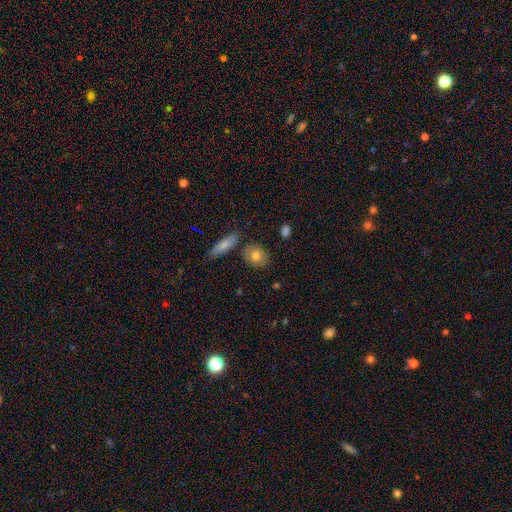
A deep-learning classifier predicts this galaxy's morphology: The model was most divided on "how rounded": round: 53%, in between: 43%, cigar-shaped: 3%. More confident: merging — none (80%); smooth or featured — smooth (77%).